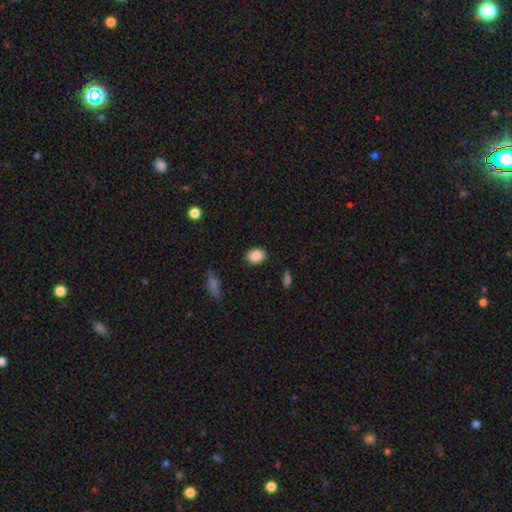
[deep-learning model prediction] The model was most divided on "how rounded": in between: 54%, round: 45%, cigar-shaped: 1%. More confident: smooth or featured — smooth (88%); merging — none (87%).